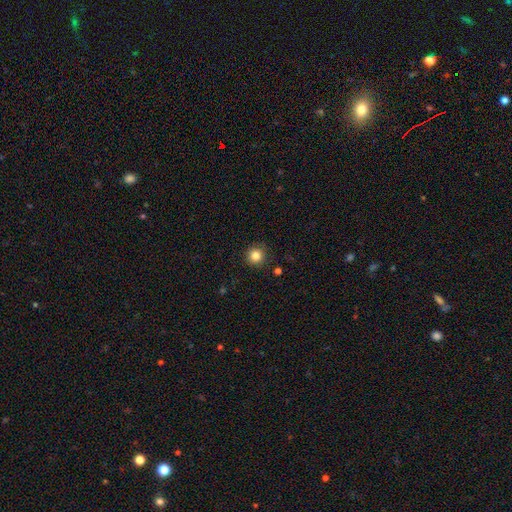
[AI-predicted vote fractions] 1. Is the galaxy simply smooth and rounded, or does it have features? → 83% smooth, 12% star or artifact, 5% featured or disk.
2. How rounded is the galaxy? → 95% round, 4% in between, 1% cigar-shaped.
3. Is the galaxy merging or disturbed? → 90% none, 7% minor disturbance, 2% major disturbance, 1% merger.